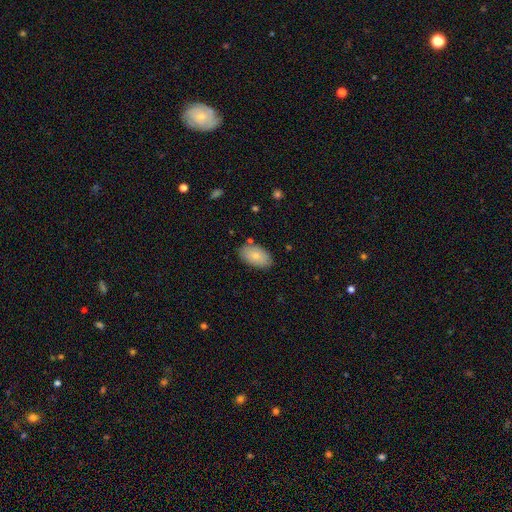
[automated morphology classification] Smooth or featured?
  - smooth: 81% *
  - featured or disk: 13%
  - star or artifact: 6%
How rounded?
  - in between: 94% *
  - round: 4%
  - cigar-shaped: 2%
Merging?
  - none: 83% *
  - minor disturbance: 13%
  - major disturbance: 3%
  - merger: 2%